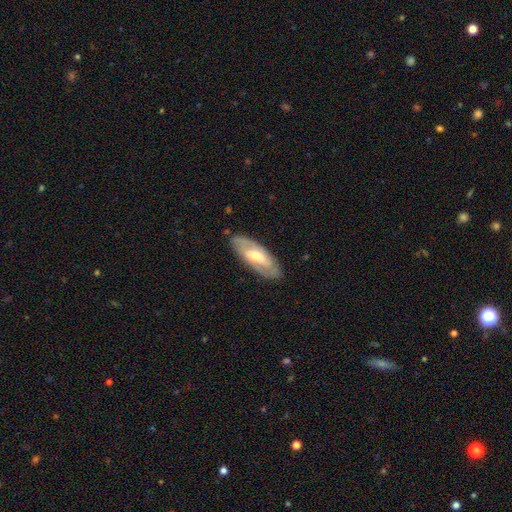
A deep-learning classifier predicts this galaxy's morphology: Smooth or featured?
  - featured or disk: 69% *
  - smooth: 26%
  - star or artifact: 5%
Edge-on disk?
  - no: 84% *
  - yes: 16%
Bar?
  - weak: 41% *
  - strong: 32%
  - no: 27%
Spiral arms?
  - yes: 73% *
  - no: 27%
Bulge size?
  - moderate: 60% *
  - small: 31%
  - large: 6%
  - none: 1%
  - dominant: 1%
Merging?
  - none: 84% *
  - minor disturbance: 12%
  - major disturbance: 3%
  - merger: 1%